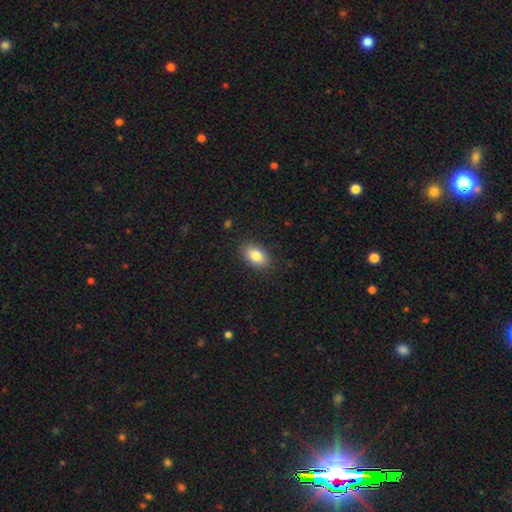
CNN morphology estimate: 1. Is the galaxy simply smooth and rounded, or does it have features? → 84% smooth, 8% featured or disk, 7% star or artifact.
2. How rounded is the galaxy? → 91% in between, 7% round, 2% cigar-shaped.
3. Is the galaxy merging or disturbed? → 87% none, 10% minor disturbance, 3% major disturbance, 1% merger.